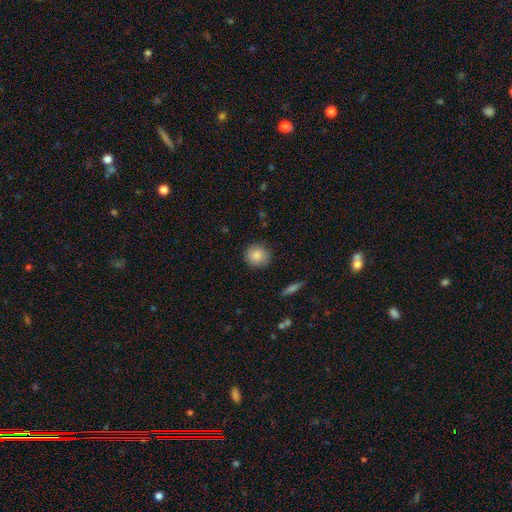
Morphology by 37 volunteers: A smooth galaxy with no disk features (92%) that is round (85%). Merging: none (97%).